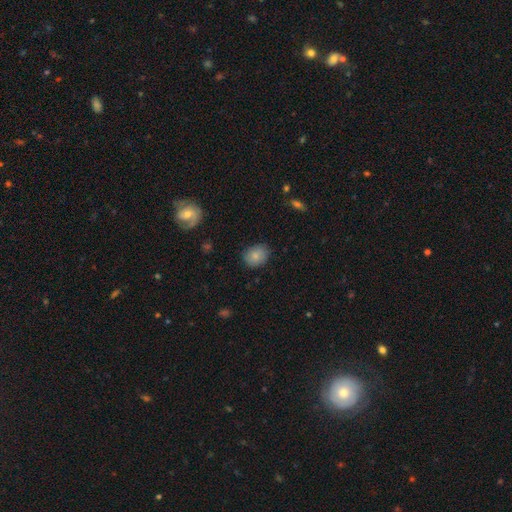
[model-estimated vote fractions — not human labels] The model was most divided on "how rounded": in between: 50%, round: 49%, cigar-shaped: 1%. More confident: smooth or featured — smooth (82%); merging — none (81%).